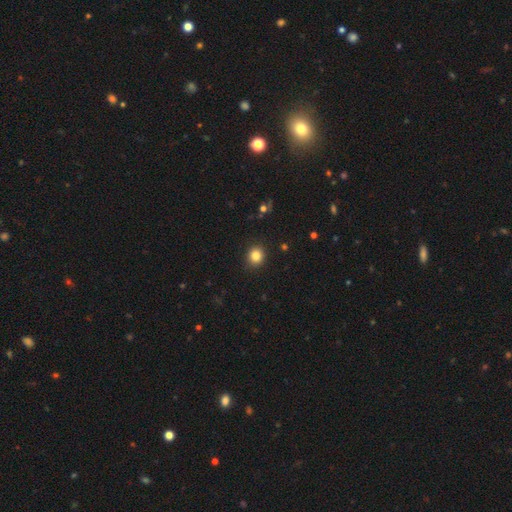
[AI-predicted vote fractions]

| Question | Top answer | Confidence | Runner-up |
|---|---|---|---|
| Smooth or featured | smooth | 84% | star or artifact (11%) |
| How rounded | round | 82% | in between (17%) |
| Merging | none | 91% | minor disturbance (6%) |